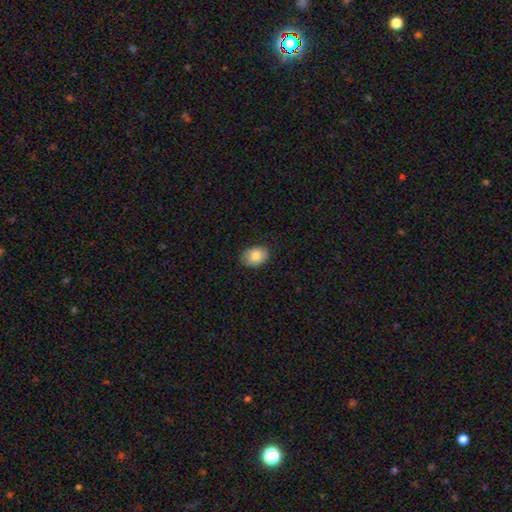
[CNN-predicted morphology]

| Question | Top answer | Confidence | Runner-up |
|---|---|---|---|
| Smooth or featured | smooth | 83% | featured or disk (9%) |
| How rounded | in between | 74% | round (25%) |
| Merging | none | 85% | minor disturbance (12%) |